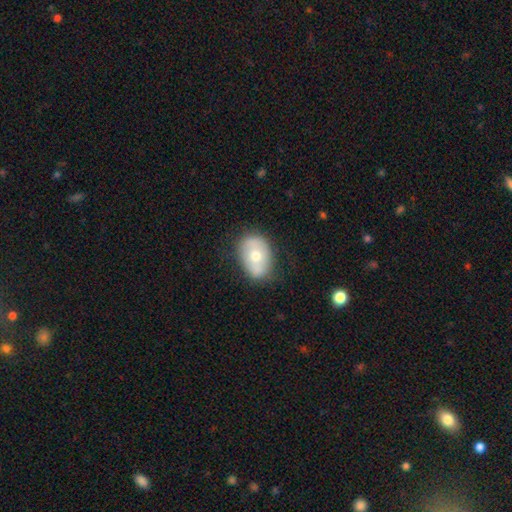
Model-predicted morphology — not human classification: type=smooth (57%); roundness=in between (75%); merging=none (70%).